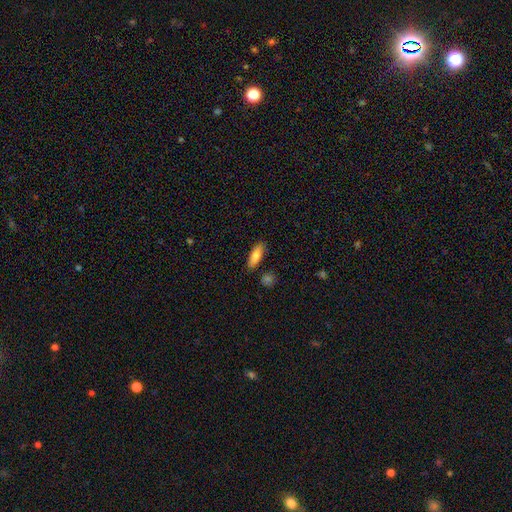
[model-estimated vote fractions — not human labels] smooth-or-featured: smooth: 78% | featured or disk: 15% | star or artifact: 7%
  how-rounded: in between: 68% | cigar-shaped: 29% | round: 2%
  merging: none: 84% | minor disturbance: 11% | merger: 3% | major disturbance: 2%